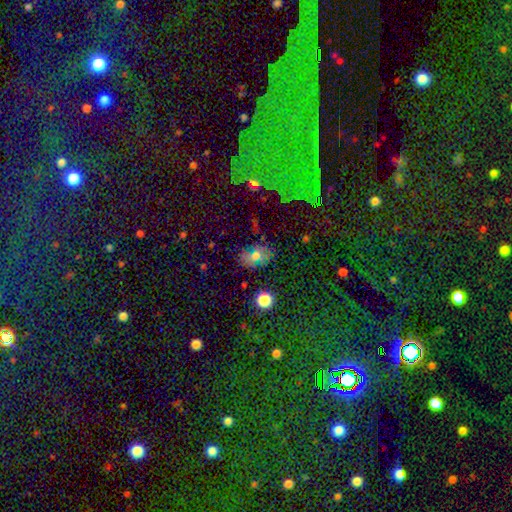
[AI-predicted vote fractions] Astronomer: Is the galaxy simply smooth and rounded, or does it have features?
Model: smooth — 67%.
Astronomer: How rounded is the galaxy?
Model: in between — 72%.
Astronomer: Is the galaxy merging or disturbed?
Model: none — 75%.